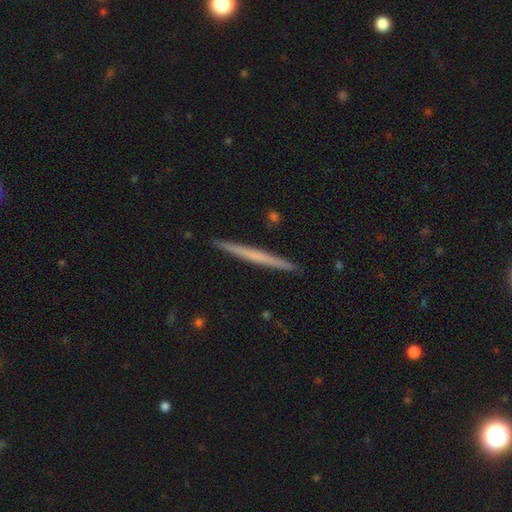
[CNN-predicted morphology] Smooth or featured? featured or disk (53%)
Edge-on disk? yes (98%)
Edge-on bulge? none (86%)
Merging? none (93%)